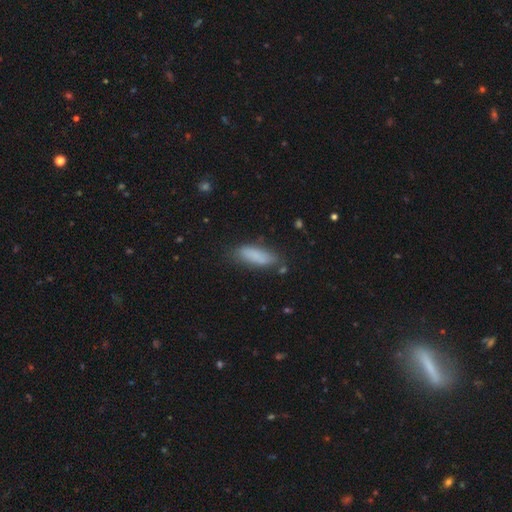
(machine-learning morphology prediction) Smooth or featured? Predicted: smooth (p=0.84). How rounded? Predicted: in between (p=0.55). Merging? Predicted: none (p=0.72).